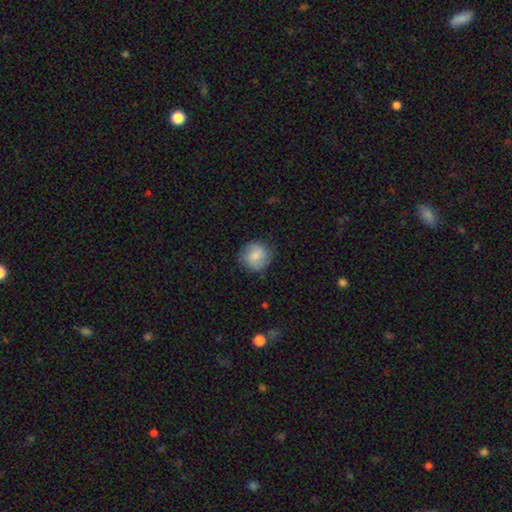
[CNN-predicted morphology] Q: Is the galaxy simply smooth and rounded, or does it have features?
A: smooth — 79%.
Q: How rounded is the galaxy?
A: round — 88%.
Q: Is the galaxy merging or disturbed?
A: none — 82%.